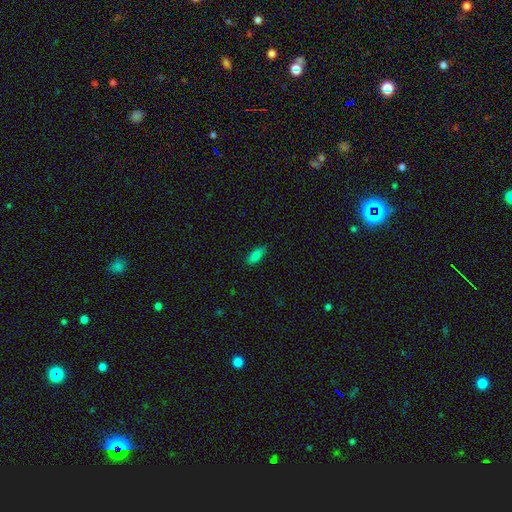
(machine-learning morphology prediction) Smooth or featured? Predicted: smooth (p=0.84). How rounded? Predicted: in between (p=0.78). Merging? Predicted: none (p=0.81).